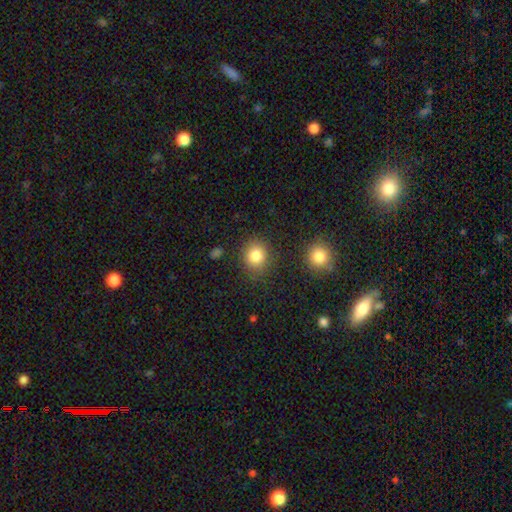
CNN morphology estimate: type=smooth (83%); roundness=round (80%); merging=none (84%).